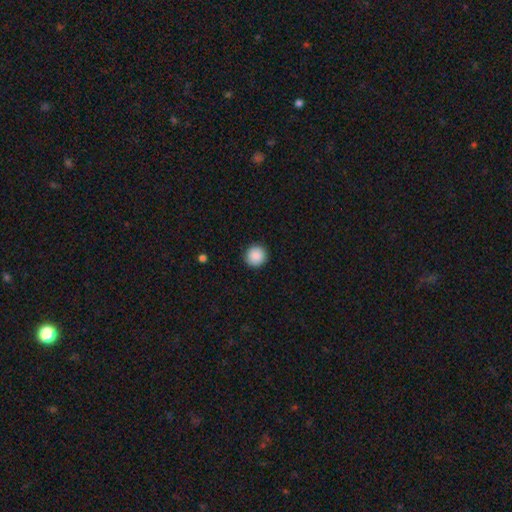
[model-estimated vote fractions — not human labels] Smooth or featured? Predicted: smooth (p=0.90). How rounded? Predicted: round (p=0.96). Merging? Predicted: none (p=0.93).